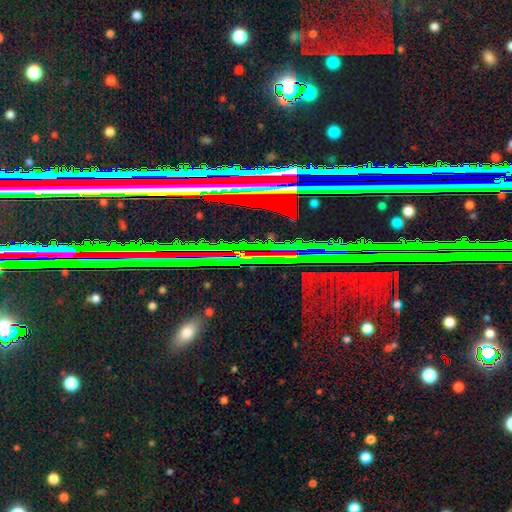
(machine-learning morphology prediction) This appears to be a star or artifact, not a galaxy (77%).